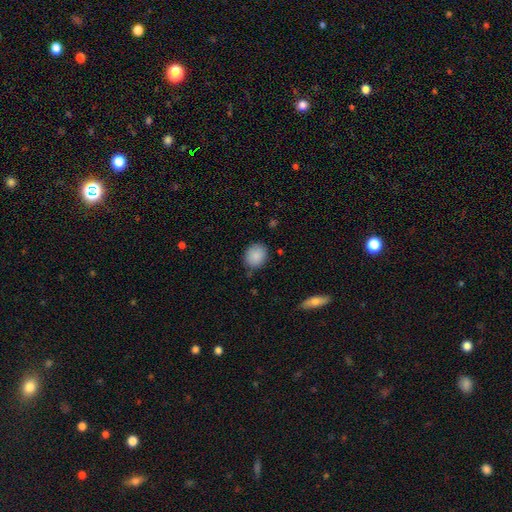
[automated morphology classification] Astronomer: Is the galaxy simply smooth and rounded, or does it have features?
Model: smooth — 88%.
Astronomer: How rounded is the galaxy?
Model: round — 62%.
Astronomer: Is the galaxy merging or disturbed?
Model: none — 80%.